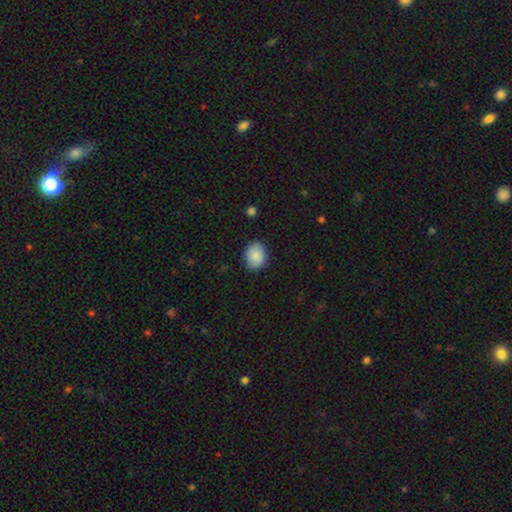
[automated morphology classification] A smooth galaxy with no disk features (88%) that is in between round and cigar-shaped (54%). Merging: none (85%).